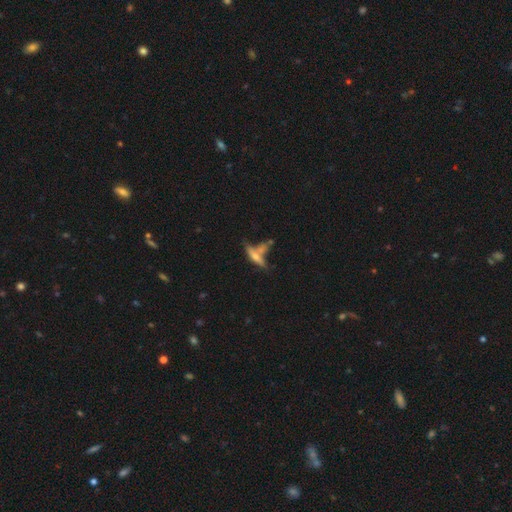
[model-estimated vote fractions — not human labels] smooth_or_featured: featured or disk (p=0.46) [alt: smooth p=0.43]
merging: none (p=0.40) [alt: merger p=0.35]